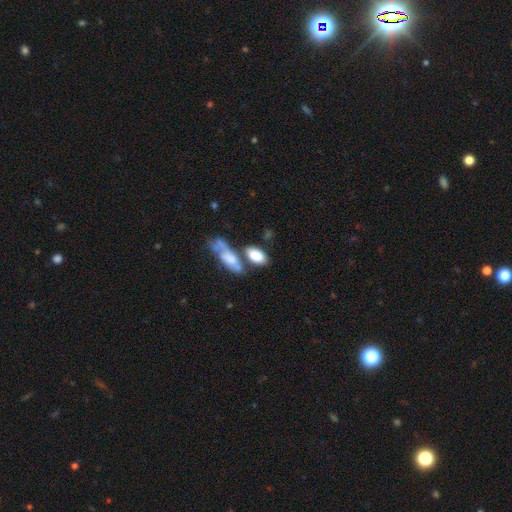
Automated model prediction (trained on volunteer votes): Morphology: type=smooth (80%); roundness=in between (91%); merging=none (39%, tied with merger).